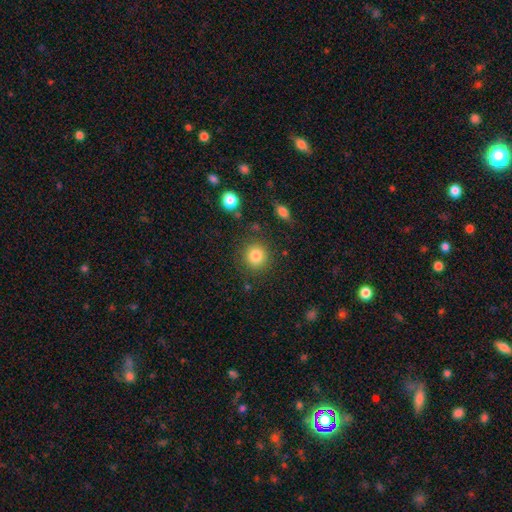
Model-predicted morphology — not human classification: smooth-or-featured: smooth: 84% | star or artifact: 10% | featured or disk: 6%
  how-rounded: round: 90% | in between: 9% | cigar-shaped: 1%
  merging: none: 86% | minor disturbance: 8% | major disturbance: 3% | merger: 3%